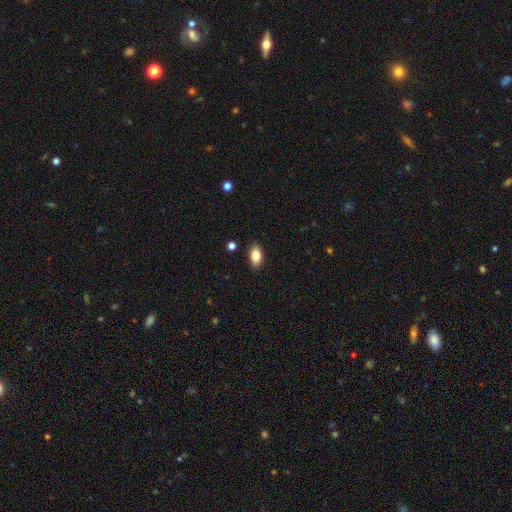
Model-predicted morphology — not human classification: A smooth galaxy with no disk features (83%) that is in between round and cigar-shaped (90%).

Vote fractions:
- Smooth or featured? smooth: 83% / featured or disk: 9% / star or artifact: 8%
- How rounded? in between: 90% / round: 7% / cigar-shaped: 3%
- Merging? none: 88% / minor disturbance: 9% / major disturbance: 2% / merger: 1%